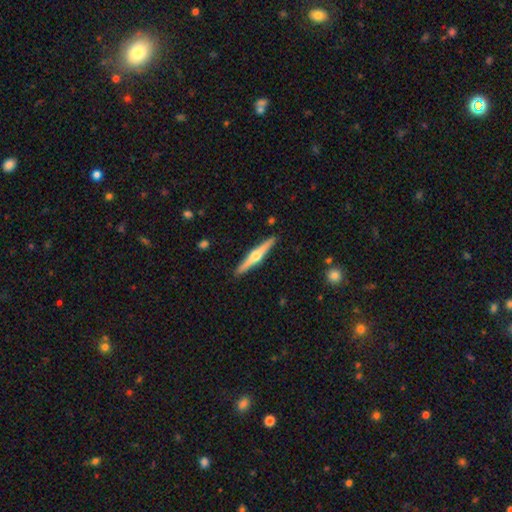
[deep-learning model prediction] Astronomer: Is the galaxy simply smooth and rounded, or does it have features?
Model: featured or disk — 72%.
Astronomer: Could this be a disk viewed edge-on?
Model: yes — 98%.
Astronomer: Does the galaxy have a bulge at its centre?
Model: rounded — 95%.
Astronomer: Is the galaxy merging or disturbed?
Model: none — 91%.